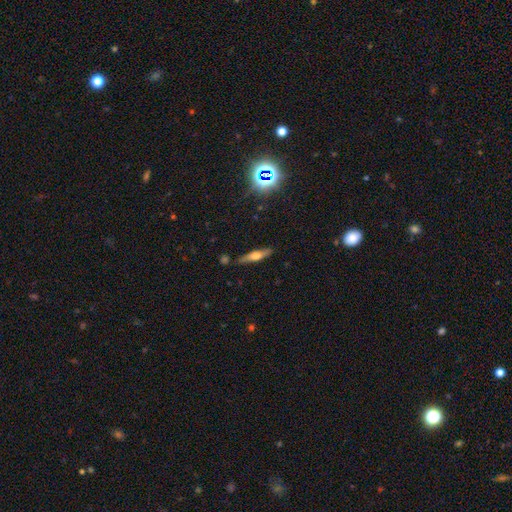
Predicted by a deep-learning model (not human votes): Smooth or featured: featured or disk — 51% (smooth — 40%)
Edge-on disk: yes — 91% (no — 9%)
Merging: none — 83% (minor disturbance — 11%)